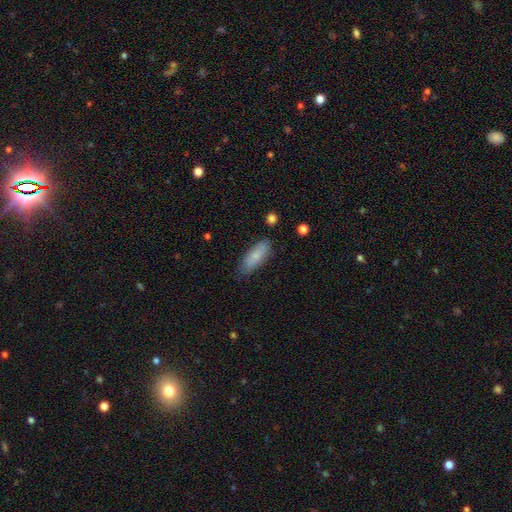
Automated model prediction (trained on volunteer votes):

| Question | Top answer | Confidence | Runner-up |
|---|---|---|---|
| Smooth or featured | smooth | 77% | featured or disk (17%) |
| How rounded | in between | 69% | cigar-shaped (29%) |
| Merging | none | 77% | minor disturbance (18%) |